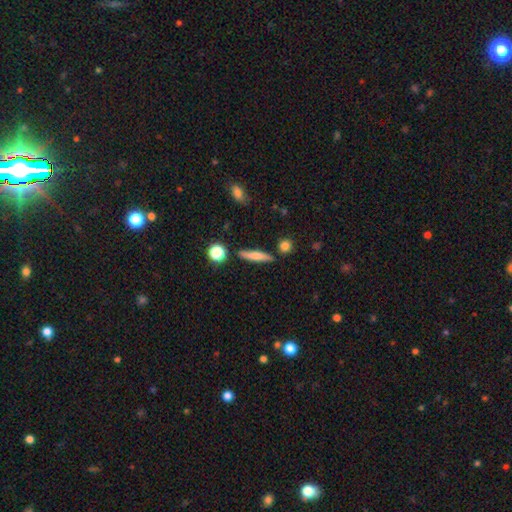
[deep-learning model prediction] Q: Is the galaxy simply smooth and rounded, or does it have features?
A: smooth — 67%.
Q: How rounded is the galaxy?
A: cigar-shaped — 85%.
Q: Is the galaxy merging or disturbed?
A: none — 84%.